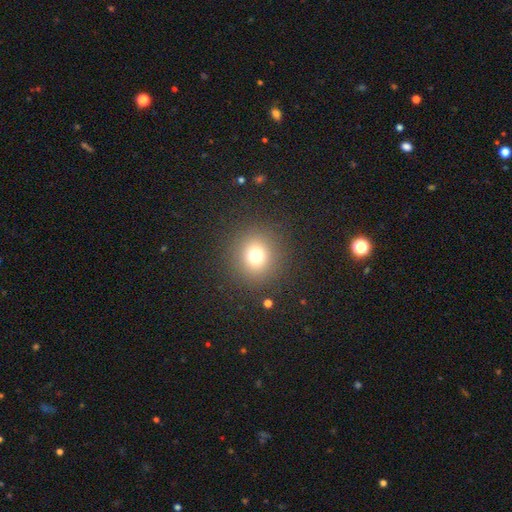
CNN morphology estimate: smooth 72%, star or artifact 18%, featured or disk 10%. Down the decision tree: how rounded — round (91%); merging — none (89%).